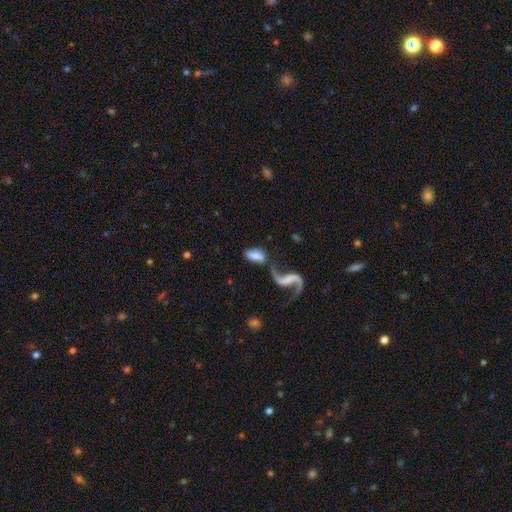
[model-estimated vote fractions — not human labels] A smooth galaxy with no disk features (55%) that is in between round and cigar-shaped (87%). Merging: merger (39%).